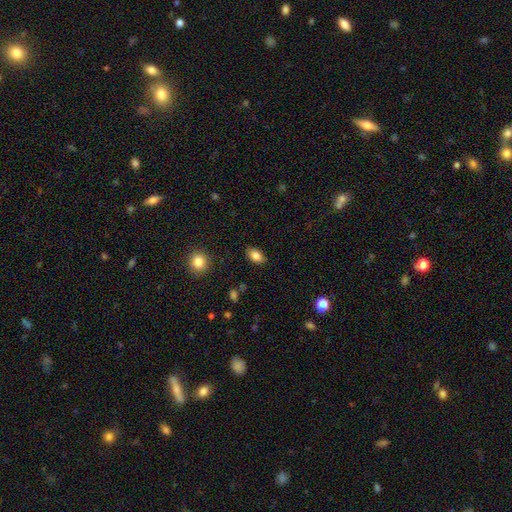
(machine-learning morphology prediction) Smooth or featured? smooth (84%)
How rounded? in between (85%)
Merging? none (85%)